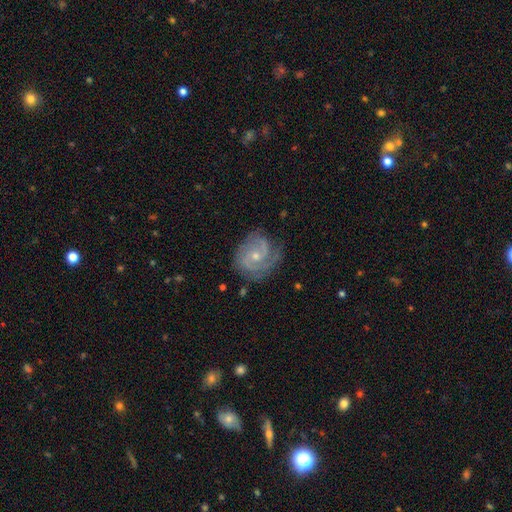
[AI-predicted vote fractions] smooth-or-featured: featured or disk: 86% | smooth: 9% | star or artifact: 5%
  disk-edge-on: no: 98% | yes: 2%
    bar: no: 65% | weak: 30% | strong: 5%
    has-spiral-arms: yes: 97% | no: 3%
      spiral-winding: tight: 54% | medium: 37% | loose: 9%
      spiral-arm-count: 2: 53% | 3: 20% | can't tell: 14% | 1: 6% | 4: 4% | more than 4: 3%
    bulge-size: small: 58% | moderate: 39% | none: 1% | large: 1% | dominant: 1%
  merging: none: 73% | minor disturbance: 19% | major disturbance: 7% | merger: 1%